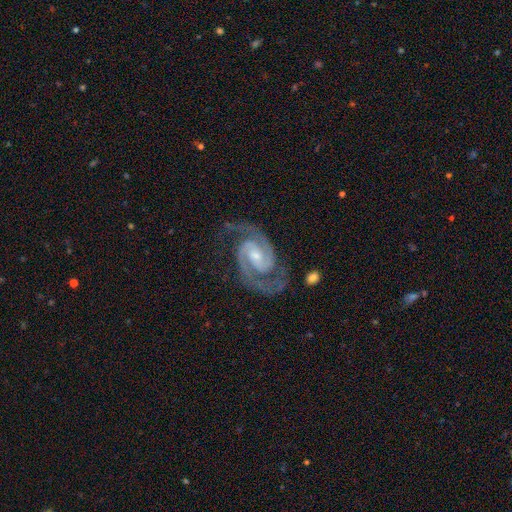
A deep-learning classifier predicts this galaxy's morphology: Smooth or featured?
  - featured or disk: 93% *
  - star or artifact: 4%
  - smooth: 3%
Edge-on disk?
  - no: 98% *
  - yes: 2%
Bar?
  - weak: 48% *
  - no: 34%
  - strong: 18%
Spiral arms?
  - yes: 99% *
  - no: 1%
Spiral winding?
  - medium: 53% *
  - tight: 40%
  - loose: 7%
Spiral arm count?
  - 2: 93% *
  - 3: 2%
  - can't tell: 2%
  - 1: 1%
  - 4: 1%
  - more than 4: 1%
Bulge size?
  - small: 52% *
  - moderate: 41%
  - none: 4%
  - large: 2%
  - dominant: 1%
Merging?
  - none: 77% *
  - minor disturbance: 15%
  - major disturbance: 6%
  - merger: 2%